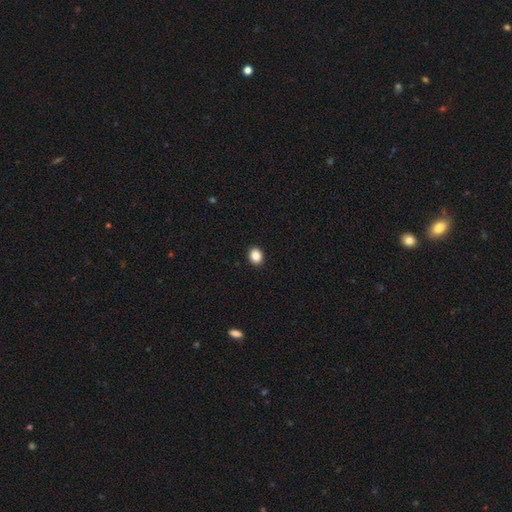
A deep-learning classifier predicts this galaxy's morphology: A smooth galaxy with no disk features (87%) that is round (61%).

Vote fractions:
- Smooth or featured? smooth: 87% / star or artifact: 10% / featured or disk: 3%
- How rounded? round: 61% / in between: 38% / cigar-shaped: 1%
- Merging? none: 92% / minor disturbance: 6% / major disturbance: 2% / merger: 1%